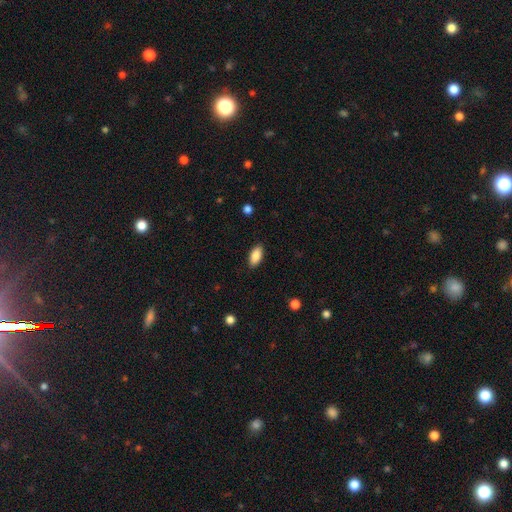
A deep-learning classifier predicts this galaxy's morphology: Smooth or featured? smooth (88%)
How rounded? in between (90%)
Merging? none (88%)